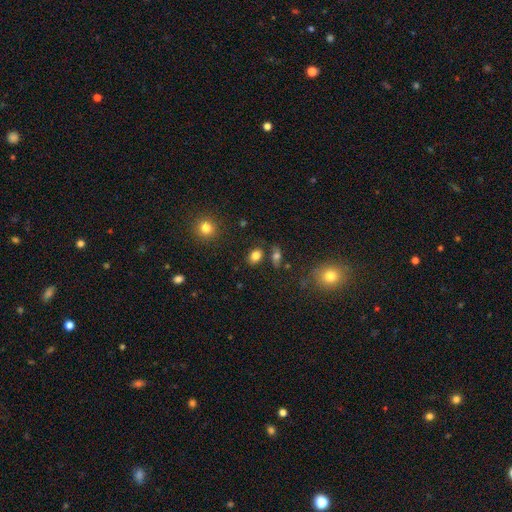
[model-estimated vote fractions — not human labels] smooth-or-featured: smooth: 81% | star or artifact: 11% | featured or disk: 8%
  how-rounded: in between: 78% | round: 21% | cigar-shaped: 2%
  merging: none: 76% | minor disturbance: 12% | merger: 9% | major disturbance: 3%